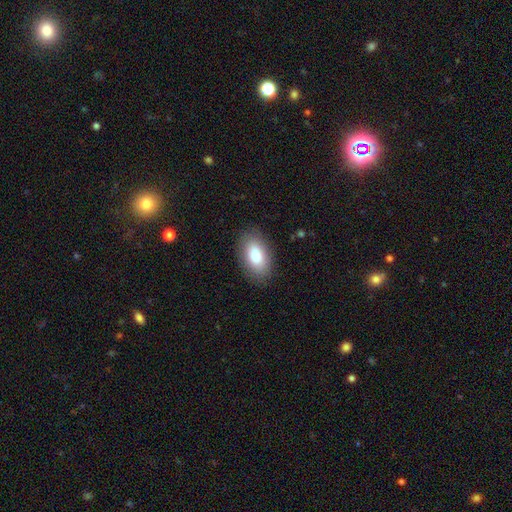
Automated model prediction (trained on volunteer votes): Smooth or featured? smooth (85%)
How rounded? in between (94%)
Merging? none (85%)